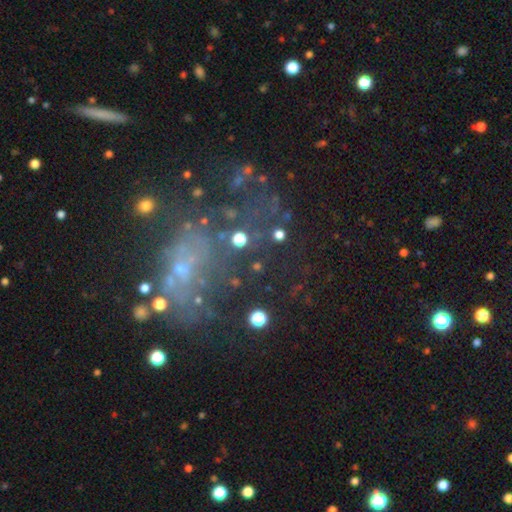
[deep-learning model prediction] Smooth or featured: star or artifact — 39% (featured or disk — 38%)